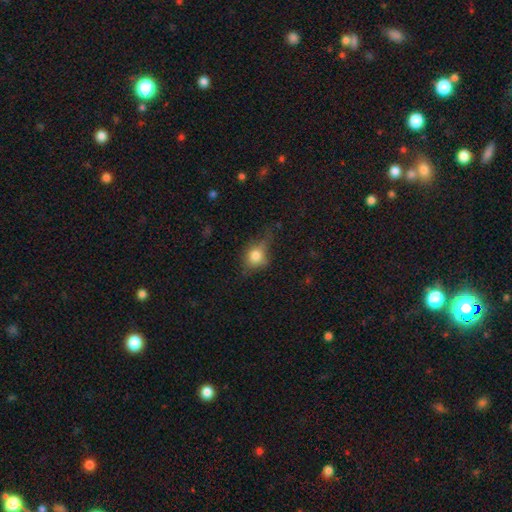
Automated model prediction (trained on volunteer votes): Morphology: type=smooth (71%); roundness=round (53%); merging=none (49%).